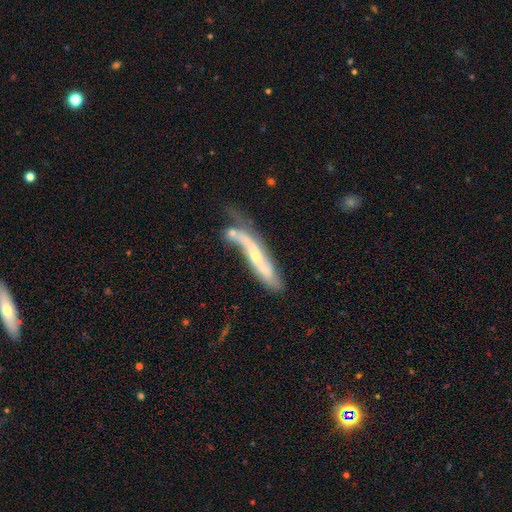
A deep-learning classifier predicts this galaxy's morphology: A featured or disk galaxy (73%). Merging: none (31%).